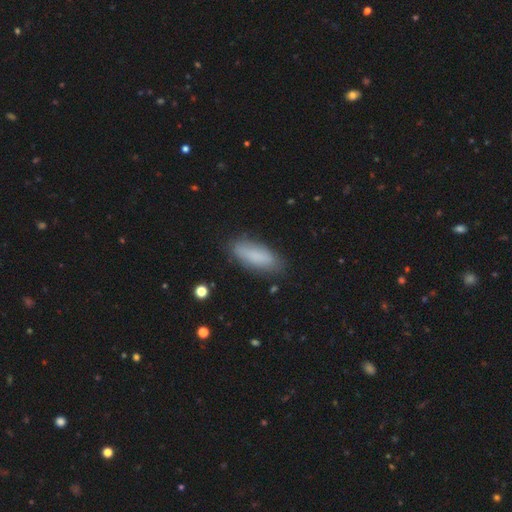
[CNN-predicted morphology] Q: Smooth or featured?
A: smooth (82%); runner-up: featured or disk (11%)
Q: How rounded?
A: in between (67%); runner-up: cigar-shaped (31%)
Q: Merging?
A: none (81%); runner-up: minor disturbance (14%)